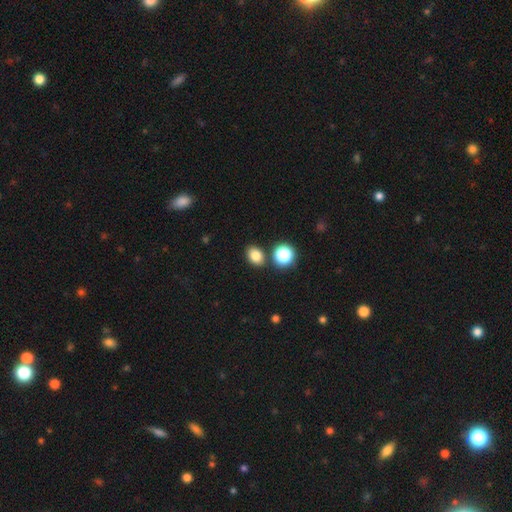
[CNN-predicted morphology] Overall: smooth (80%). How rounded: in between (63%; round 36%). Merging: none (81%).